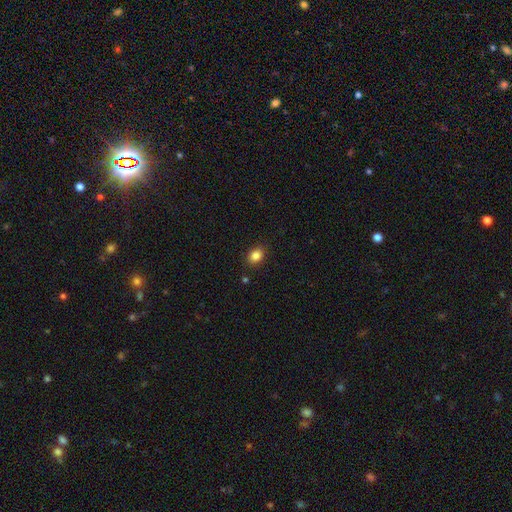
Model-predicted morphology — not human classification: Overall: smooth (85%). How rounded: in between (67%; round 32%). Merging: none (87%).